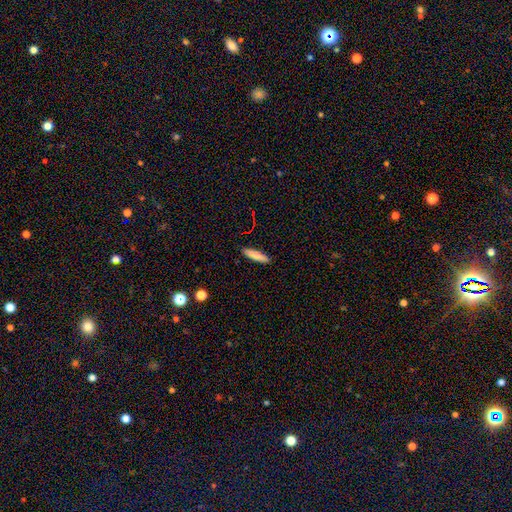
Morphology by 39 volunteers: This appears to be a smooth galaxy with no disk features (79%) that is cigar-shaped (87%). Merging: none (100%).